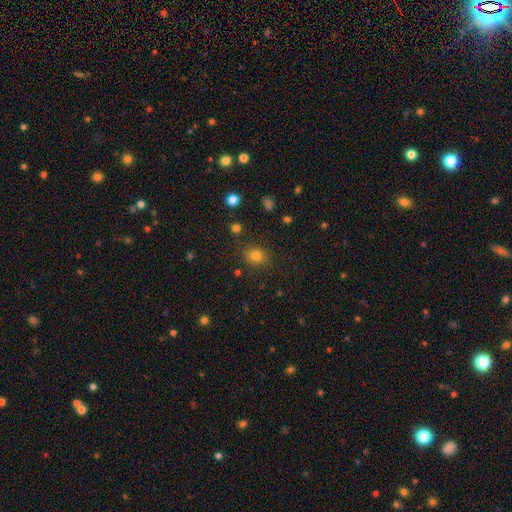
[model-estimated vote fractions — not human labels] Morphology: type=smooth (79%); roundness=round (67%); merging=none (85%).